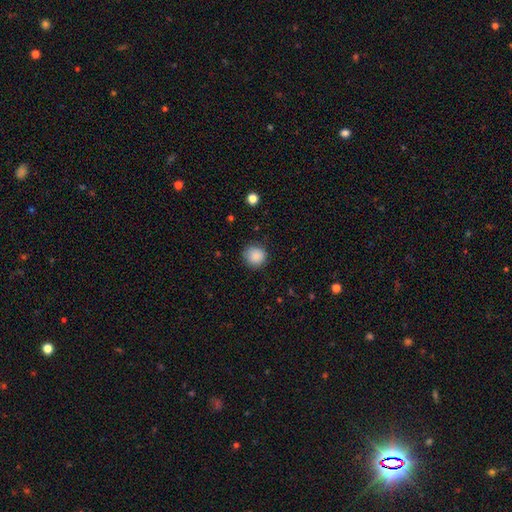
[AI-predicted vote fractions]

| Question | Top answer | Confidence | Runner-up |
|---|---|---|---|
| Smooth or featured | smooth | 88% | star or artifact (9%) |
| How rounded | round | 91% | in between (8%) |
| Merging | none | 85% | minor disturbance (11%) |